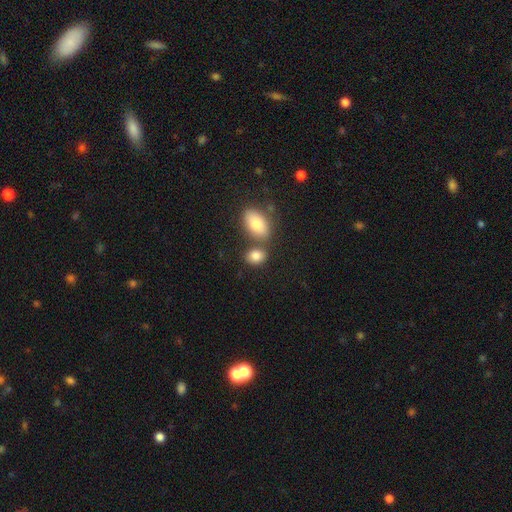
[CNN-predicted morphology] Q: Smooth or featured?
A: smooth (83%); runner-up: star or artifact (9%)
Q: How rounded?
A: in between (75%); runner-up: round (23%)
Q: Merging?
A: none (60%); runner-up: merger (26%)